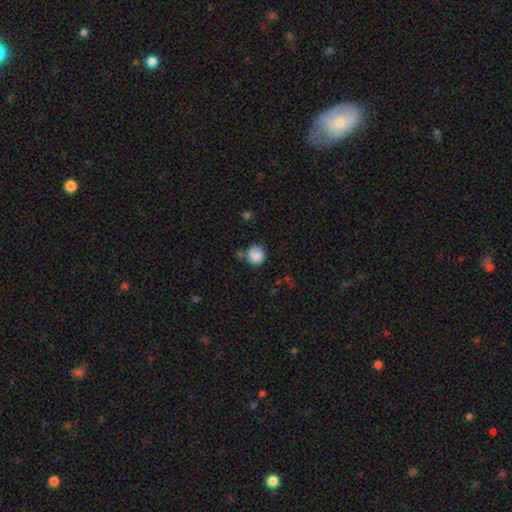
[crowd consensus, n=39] smooth 87%, star or artifact 8%, featured or disk 5%. Down the decision tree: how rounded — round (97%); merging — none (86%).